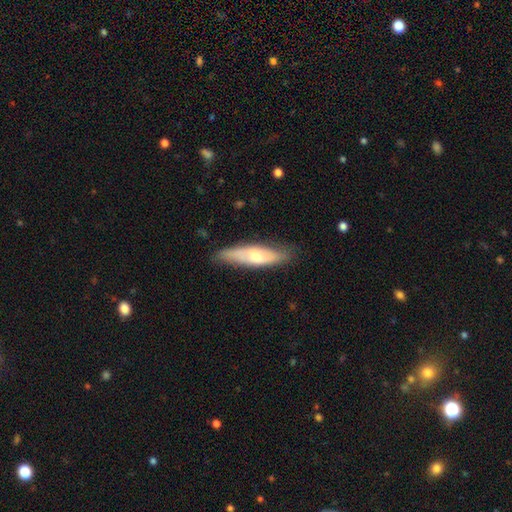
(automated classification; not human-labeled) smooth 53%, featured or disk 41%, star or artifact 6%. Down the decision tree: how rounded — cigar-shaped (64%); merging — none (74%).